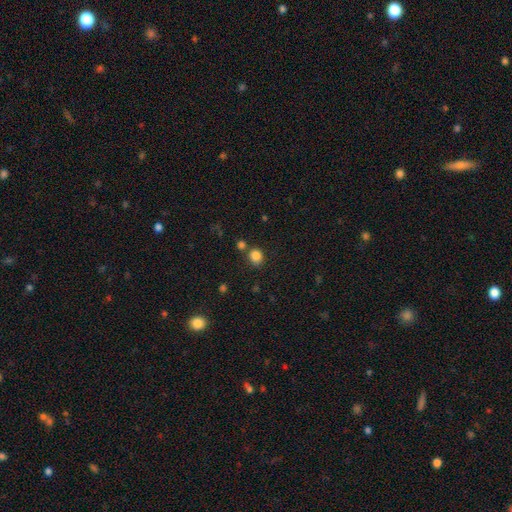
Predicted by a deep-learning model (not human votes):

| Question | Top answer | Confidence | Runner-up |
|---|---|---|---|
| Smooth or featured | smooth | 84% | star or artifact (11%) |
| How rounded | round | 71% | in between (28%) |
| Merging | none | 72% | merger (13%) |